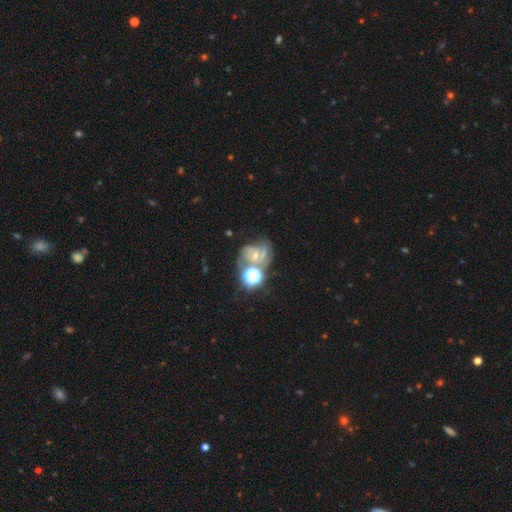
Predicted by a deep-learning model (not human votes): Q: Smooth or featured?
A: featured or disk (64%); runner-up: star or artifact (19%)
Q: Edge-on disk?
A: no (98%); runner-up: yes (2%)
Q: Bar?
A: no (62%); runner-up: weak (29%)
Q: Spiral arms?
A: yes (91%); runner-up: no (9%)
Q: Spiral winding?
A: medium (48%); runner-up: tight (35%)
Q: Spiral arm count?
A: 2 (47%); runner-up: 3 (20%)
Q: Bulge size?
A: small (52%); runner-up: moderate (40%)
Q: Merging?
A: none (39%); runner-up: merger (25%)